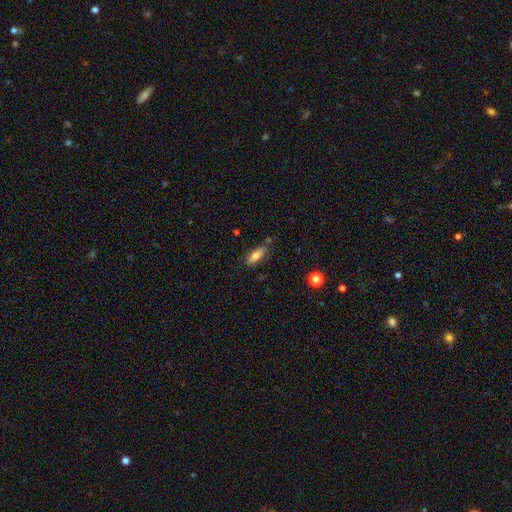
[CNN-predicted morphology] A smooth galaxy with no disk features (72%) that is in between round and cigar-shaped (65%).

Vote fractions:
- Smooth or featured? smooth: 72% / featured or disk: 20% / star or artifact: 8%
- How rounded? in between: 65% / cigar-shaped: 32% / round: 3%
- Merging? none: 64% / minor disturbance: 23% / merger: 7% / major disturbance: 5%